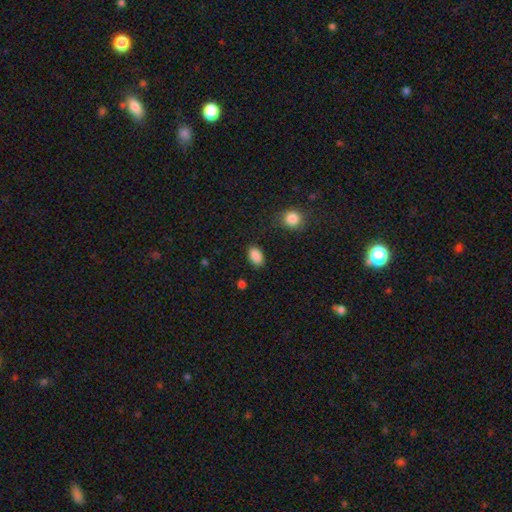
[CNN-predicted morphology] This appears to be a smooth galaxy with no disk features (88%) that is in between round and cigar-shaped (88%). Merging: none (85%).